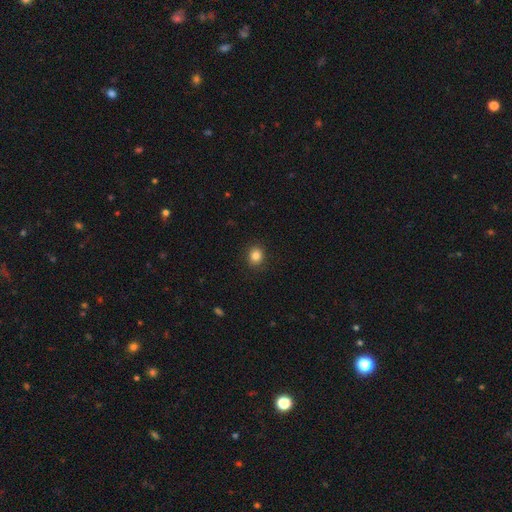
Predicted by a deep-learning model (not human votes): Overall: smooth (84%). How rounded: round (73%). Merging: none (89%).